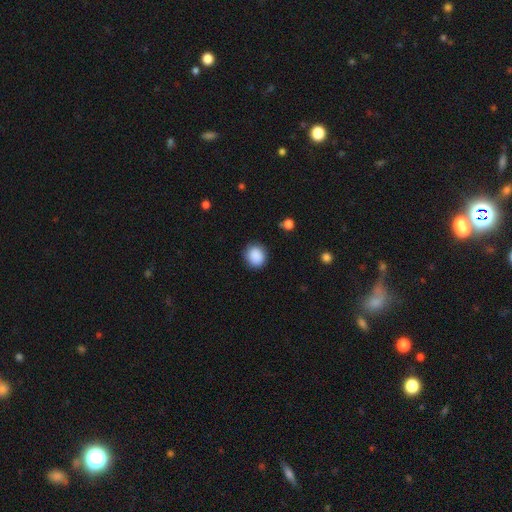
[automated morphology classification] This is clearly a smooth galaxy (89%). How rounded: clearly round (82%). Merging: clearly none (87%).